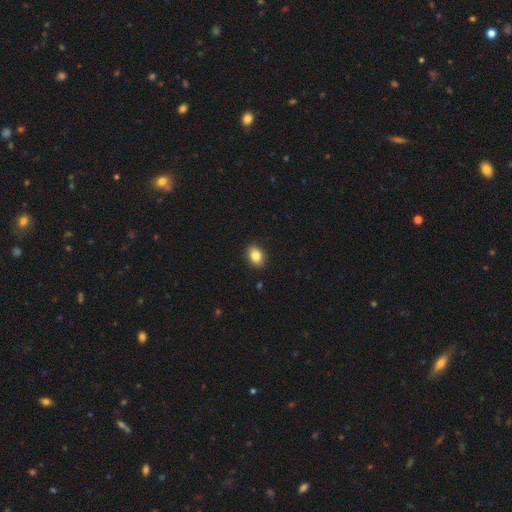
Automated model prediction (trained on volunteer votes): Smooth or featured?
  - smooth: 84% *
  - star or artifact: 9%
  - featured or disk: 7%
How rounded?
  - in between: 65% *
  - round: 34%
  - cigar-shaped: 1%
Merging?
  - none: 91% *
  - minor disturbance: 7%
  - major disturbance: 2%
  - merger: 1%